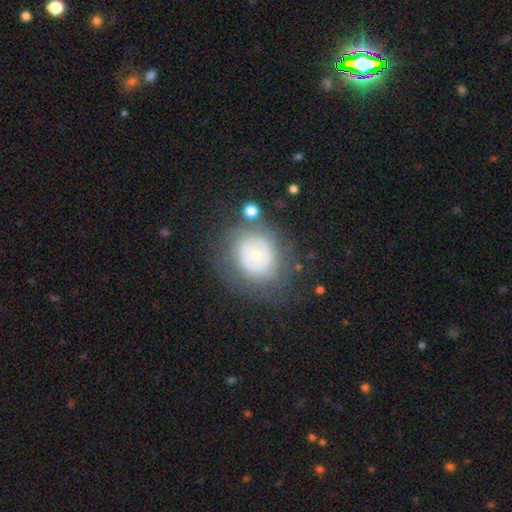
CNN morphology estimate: smooth-or-featured: featured or disk: 55% | smooth: 37% | star or artifact: 8%
  disk-edge-on: no: 96% | yes: 4%
    bar: no: 82% | weak: 15% | strong: 4%
    has-spiral-arms: no: 59% | yes: 41%
    bulge-size: small: 60% | moderate: 32% | large: 4% | none: 2% | dominant: 2%
  merging: none: 67% | minor disturbance: 18% | major disturbance: 12% | merger: 3%